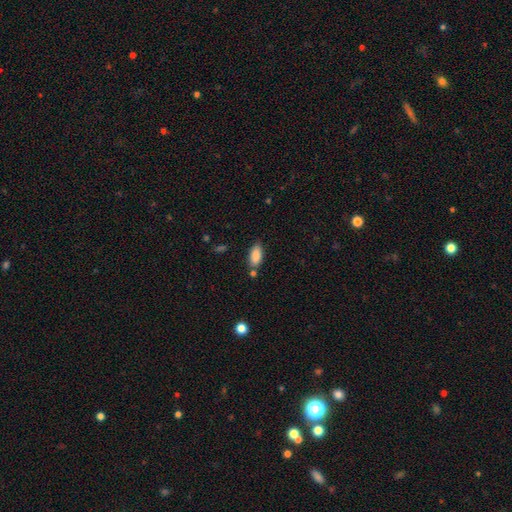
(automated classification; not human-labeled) Overall: smooth (88%). How rounded: in between (87%). Merging: none (73%).